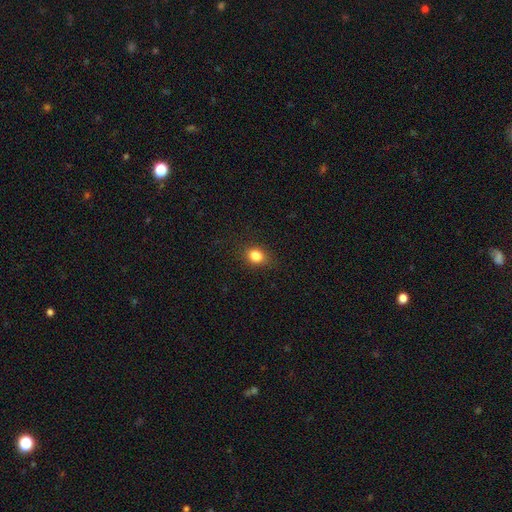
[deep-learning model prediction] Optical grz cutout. It shows a smooth galaxy with no disk features (84%) that is round (54%). Merging: none (83%).